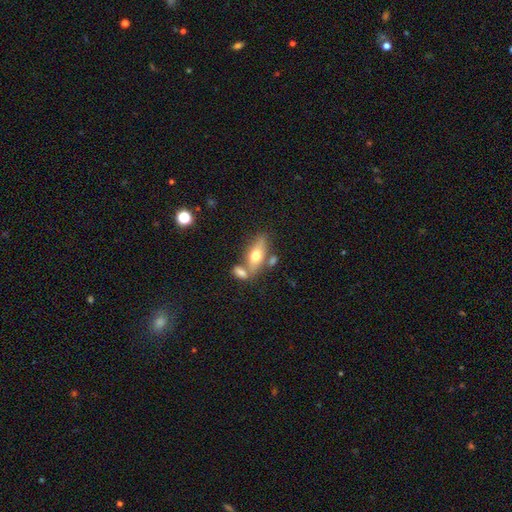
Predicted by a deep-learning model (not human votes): This appears to be a smooth galaxy with no disk features (60%) that is in between round and cigar-shaped (72%). Merging: none (52%).